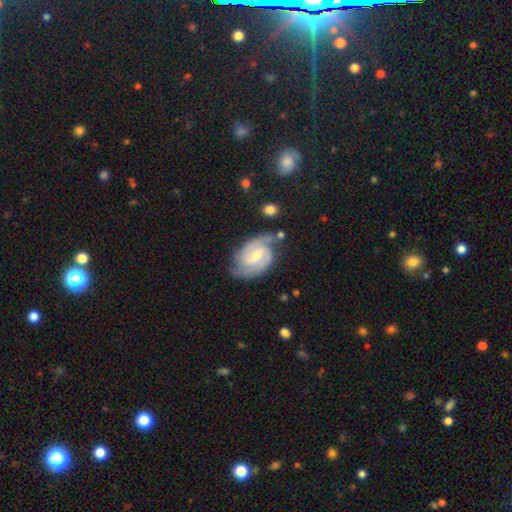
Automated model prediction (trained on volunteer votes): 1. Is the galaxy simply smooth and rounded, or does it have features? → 85% featured or disk, 10% smooth, 5% star or artifact.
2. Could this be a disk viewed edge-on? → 97% no, 3% yes.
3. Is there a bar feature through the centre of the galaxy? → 57% weak, 28% no, 15% strong.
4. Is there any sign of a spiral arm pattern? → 97% yes, 3% no.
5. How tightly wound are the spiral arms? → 47% medium, 42% tight, 11% loose.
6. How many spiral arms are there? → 76% 2, 10% 3, 8% can't tell, 3% 1, 2% 4, 2% more than 4.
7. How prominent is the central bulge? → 55% moderate, 39% small, 3% large, 2% none, 1% dominant.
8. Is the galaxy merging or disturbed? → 66% none, 23% minor disturbance, 7% major disturbance, 4% merger.